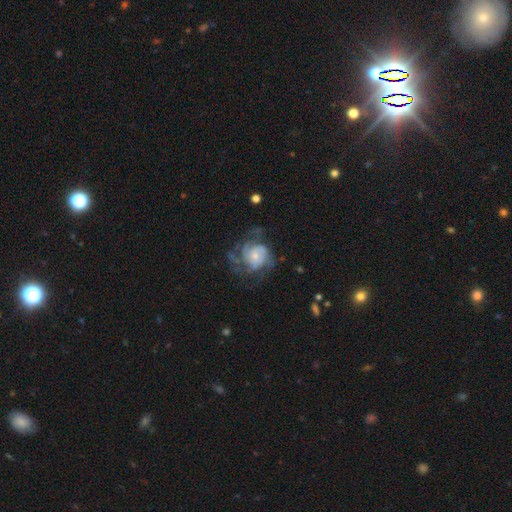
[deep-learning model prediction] This is likely a featured or disk galaxy (76%). It is clearly not viewed edge-on (98%). Bar: likely no (76%). Spiral arm pattern: clearly yes (89%). Spiral arm count: marginally can't tell (34%). Spiral winding: possibly tight (45%). Central bulge: possibly small (58%). Merging: possibly none (52%).